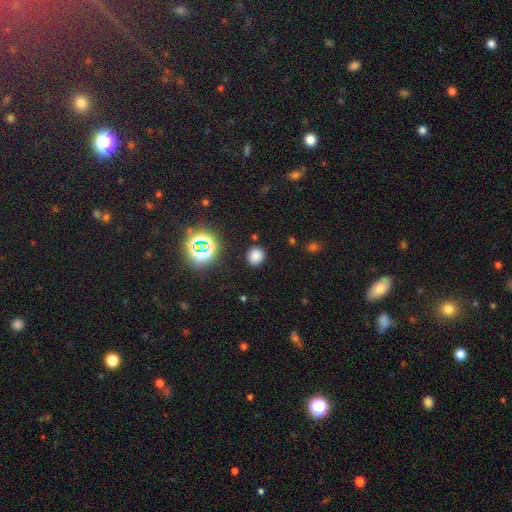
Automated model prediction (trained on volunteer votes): Smooth or featured? smooth (75%)
How rounded? round (80%)
Merging? none (86%)